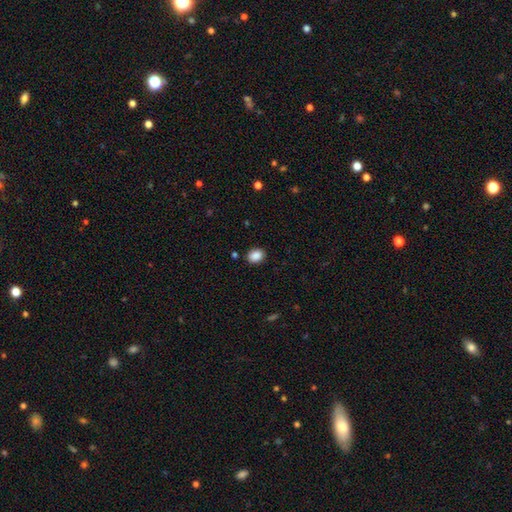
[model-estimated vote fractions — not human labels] Smooth or featured?
  - smooth: 88% *
  - star or artifact: 9%
  - featured or disk: 3%
How rounded?
  - in between: 55% *
  - round: 44%
  - cigar-shaped: 1%
Merging?
  - none: 87% *
  - minor disturbance: 9%
  - major disturbance: 2%
  - merger: 2%